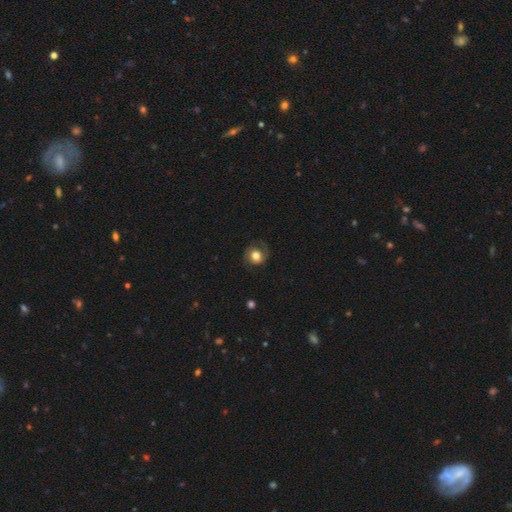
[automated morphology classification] Overall: smooth (59%; featured or disk 32%). How rounded: round (79%). Merging: none (69%).